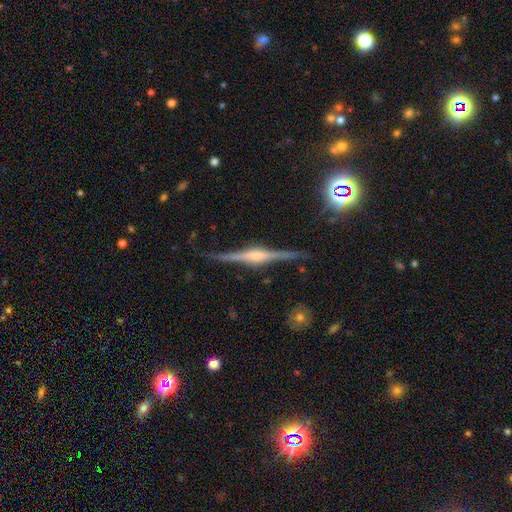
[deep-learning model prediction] smooth-or-featured: featured or disk: 87% | smooth: 7% | star or artifact: 6%
  disk-edge-on: yes: 98% | no: 2%
    edge-on-bulge: rounded: 79% | boxy: 17% | none: 5%
  merging: none: 87% | minor disturbance: 9% | major disturbance: 2% | merger: 1%